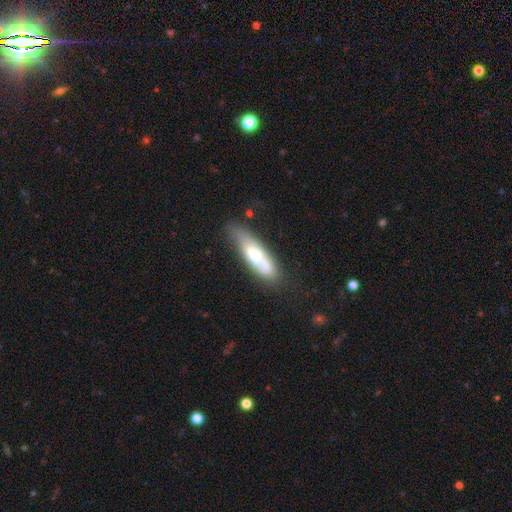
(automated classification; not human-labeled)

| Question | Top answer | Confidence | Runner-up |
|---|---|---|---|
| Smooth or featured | smooth | 49% | featured or disk (45%) |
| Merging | none | 56% | minor disturbance (26%) |